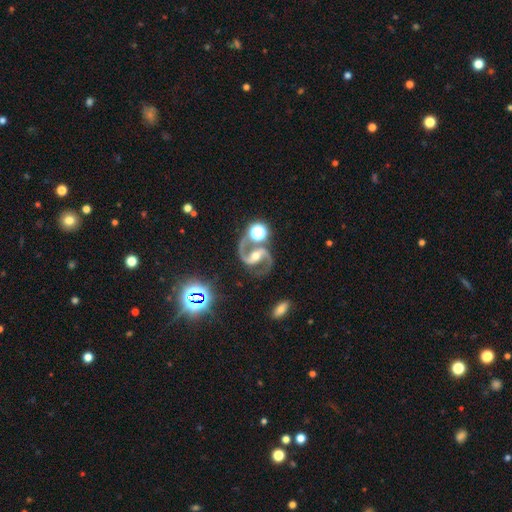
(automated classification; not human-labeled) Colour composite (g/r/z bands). It shows a featured or disk galaxy (90%) with a strong bar (48%), 2 (94%) medium (61%) spiral arms (98%) and a moderate central bulge (65%). Merging: none (74%).